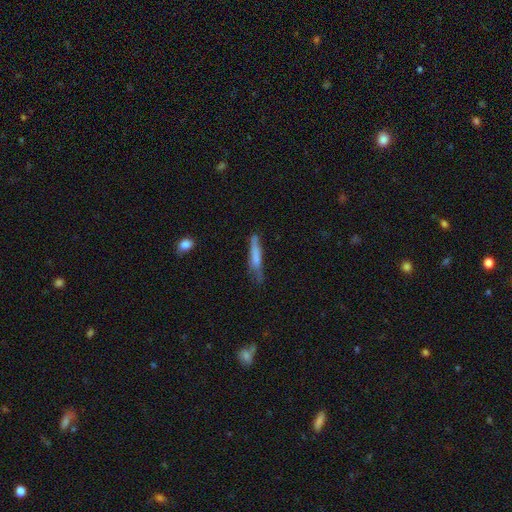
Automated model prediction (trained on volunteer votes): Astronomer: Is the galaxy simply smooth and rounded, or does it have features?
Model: smooth — 65%.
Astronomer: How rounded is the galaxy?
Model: cigar-shaped — 88%.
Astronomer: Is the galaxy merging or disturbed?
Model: none — 56%.